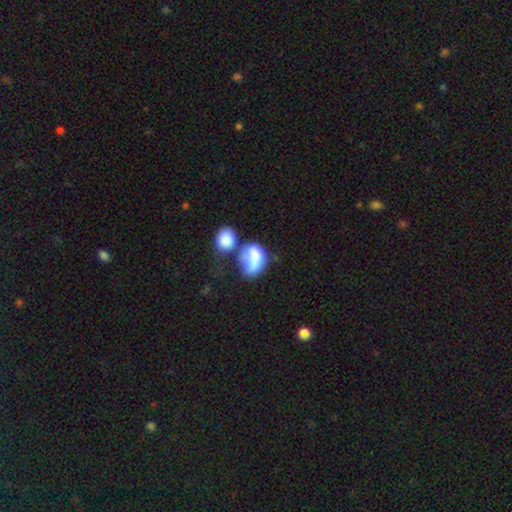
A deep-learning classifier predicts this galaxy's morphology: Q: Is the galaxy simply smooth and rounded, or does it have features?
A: smooth — 71%.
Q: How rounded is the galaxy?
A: in between — 71%.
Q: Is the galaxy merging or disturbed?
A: merger — 42%.